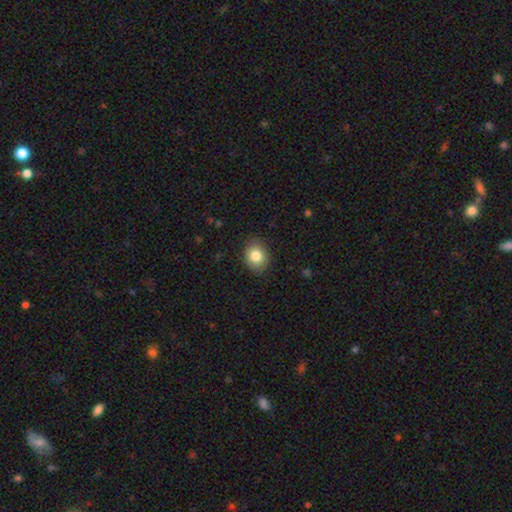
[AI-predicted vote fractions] This appears to be a smooth galaxy with no disk features (83%) that is round (55%). Merging: none (86%).